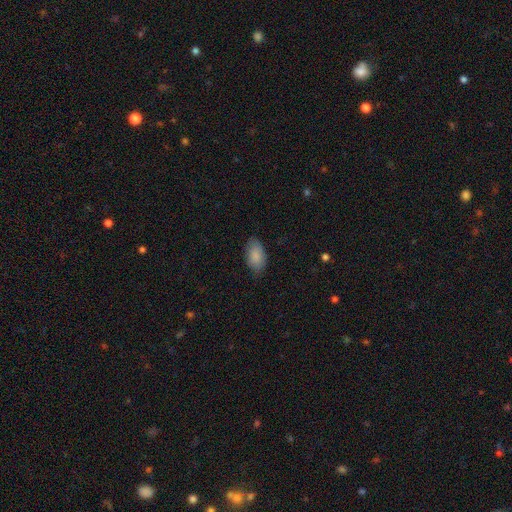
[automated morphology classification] smooth 87%, featured or disk 7%, star or artifact 6%. Down the decision tree: how rounded — in between (94%); merging — none (78%).